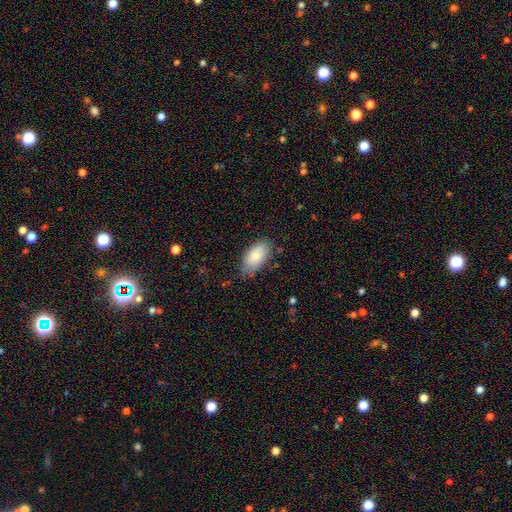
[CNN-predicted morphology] The model was most divided on "merging": none: 73%, minor disturbance: 21%, major disturbance: 4%, merger: 2%. More confident: how rounded — in between (94%); smooth or featured — smooth (83%).